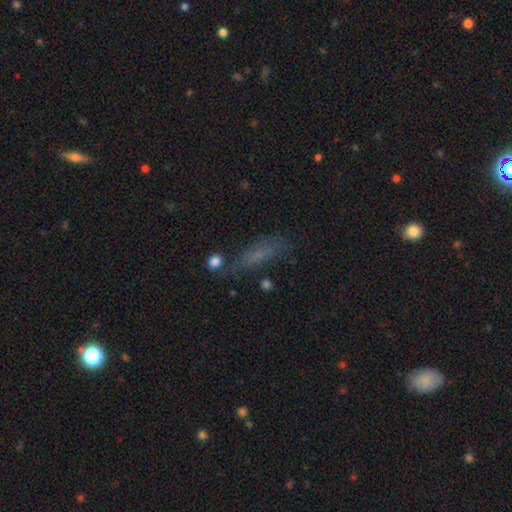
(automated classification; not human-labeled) Overall: smooth (57%; featured or disk 23%). How rounded: cigar-shaped (51%; in between 44%). Merging: none (59%; minor disturbance 22%).